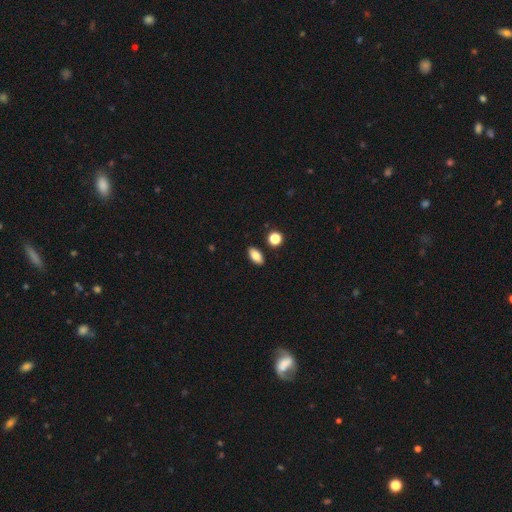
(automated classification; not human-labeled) A smooth galaxy with no disk features (84%) that is in between round and cigar-shaped (89%).

Vote fractions:
- Smooth or featured? smooth: 84% / star or artifact: 9% / featured or disk: 8%
- How rounded? in between: 89% / cigar-shaped: 6% / round: 5%
- Merging? none: 88% / minor disturbance: 8% / merger: 3% / major disturbance: 2%